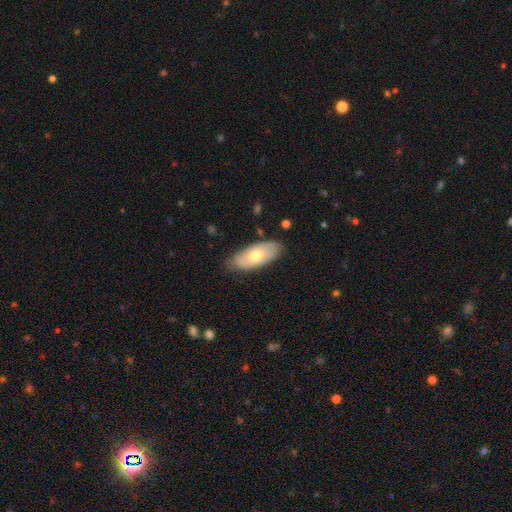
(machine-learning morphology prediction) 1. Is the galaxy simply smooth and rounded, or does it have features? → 61% smooth, 33% featured or disk, 6% star or artifact.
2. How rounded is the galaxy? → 88% in between, 10% cigar-shaped, 3% round.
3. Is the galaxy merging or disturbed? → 81% none, 15% minor disturbance, 3% major disturbance, 1% merger.